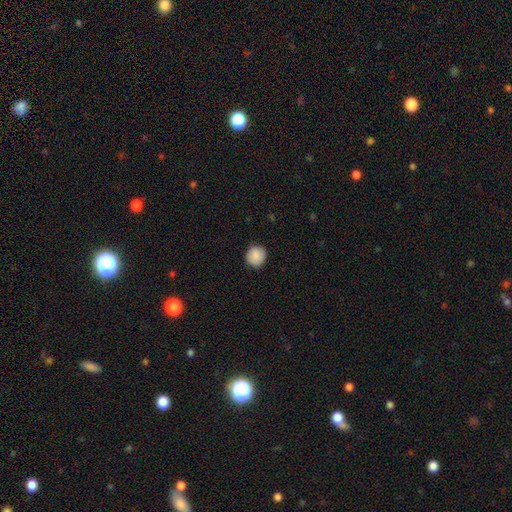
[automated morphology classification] smooth_or_featured: smooth (p=0.88) [alt: star or artifact p=0.08]
how_rounded: round (p=0.89) [alt: in between p=0.10]
merging: none (p=0.87) [alt: minor disturbance p=0.10]